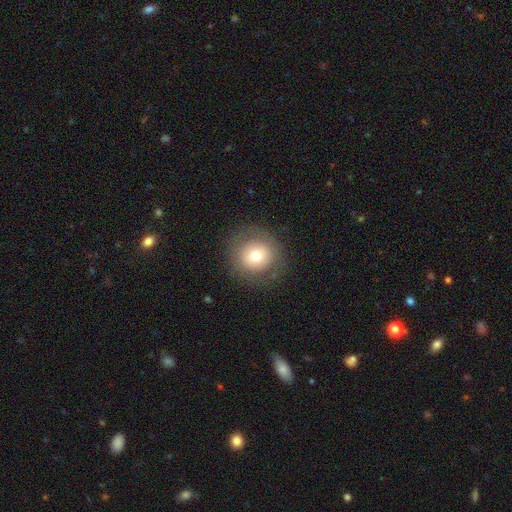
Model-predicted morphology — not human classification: This appears to be a smooth galaxy with no disk features (72%) that is round (92%). Merging: none (85%).